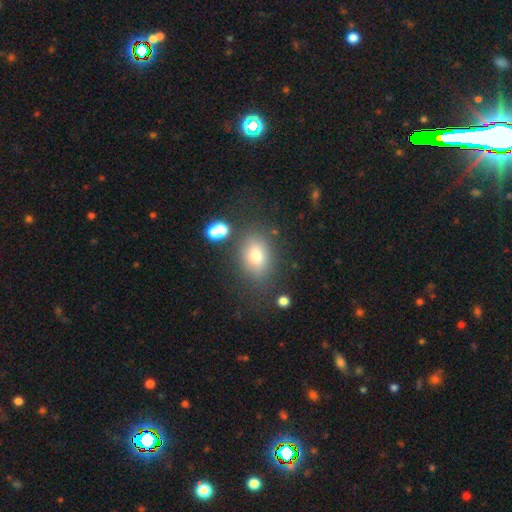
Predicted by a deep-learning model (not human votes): Smooth or featured? smooth (74%)
How rounded? in between (75%)
Merging? none (75%)